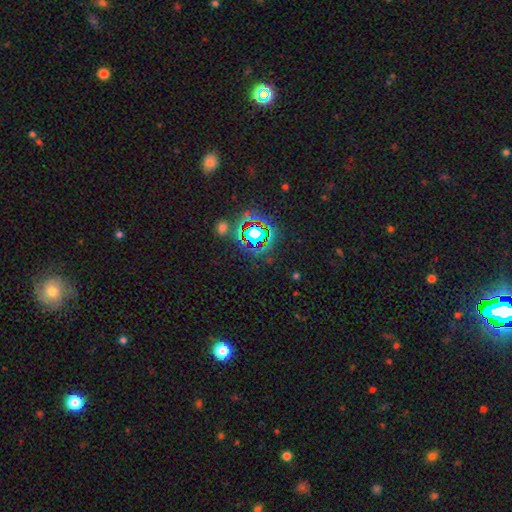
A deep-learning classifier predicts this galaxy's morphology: This appears to be a star or artifact, not a galaxy (77%).